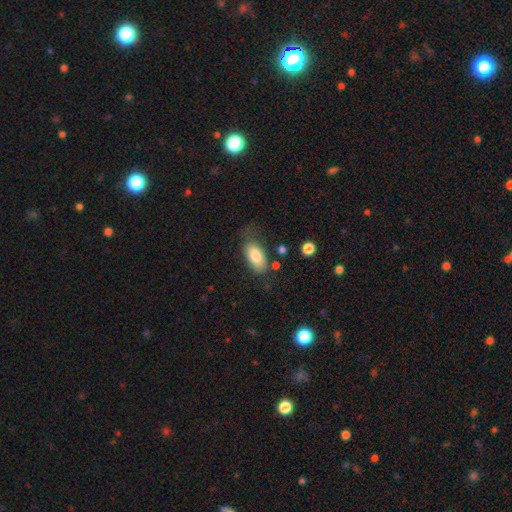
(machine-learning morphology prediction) A smooth galaxy with no disk features (81%) that is in between round and cigar-shaped (92%).

Vote fractions:
- Smooth or featured? smooth: 81% / featured or disk: 12% / star or artifact: 7%
- How rounded? in between: 92% / round: 4% / cigar-shaped: 4%
- Merging? none: 59% / minor disturbance: 25% / major disturbance: 12% / merger: 4%